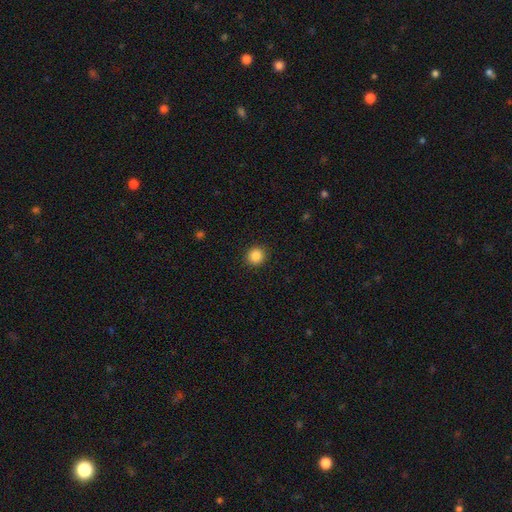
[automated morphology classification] smooth-or-featured: smooth: 87% | star or artifact: 10% | featured or disk: 3%
  how-rounded: round: 90% | in between: 9% | cigar-shaped: 1%
  merging: none: 91% | minor disturbance: 6% | major disturbance: 2% | merger: 1%